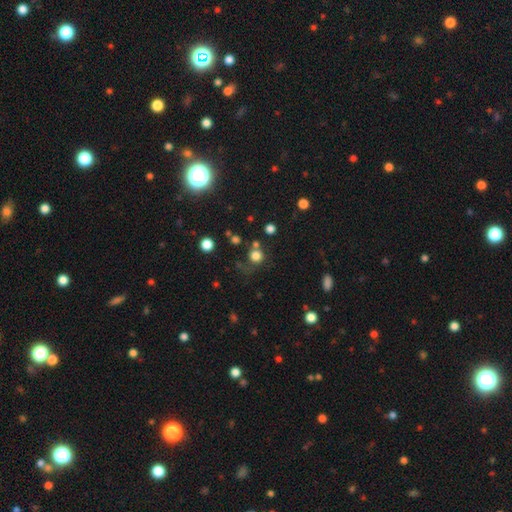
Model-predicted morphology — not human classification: This is likely a smooth galaxy (77%). How rounded: clearly round (90%). Merging: likely none (63%).